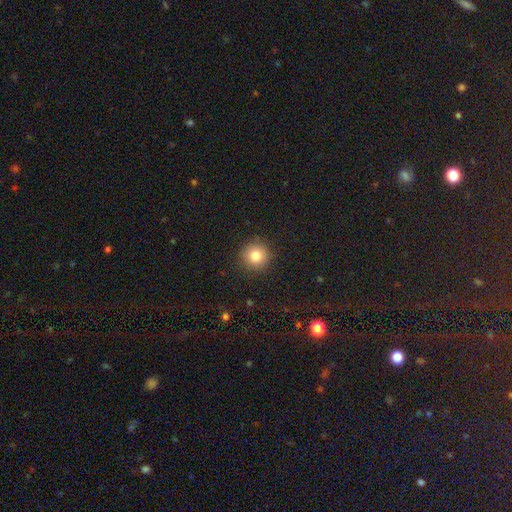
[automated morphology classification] Overall: smooth (82%). How rounded: round (95%). Merging: none (91%).